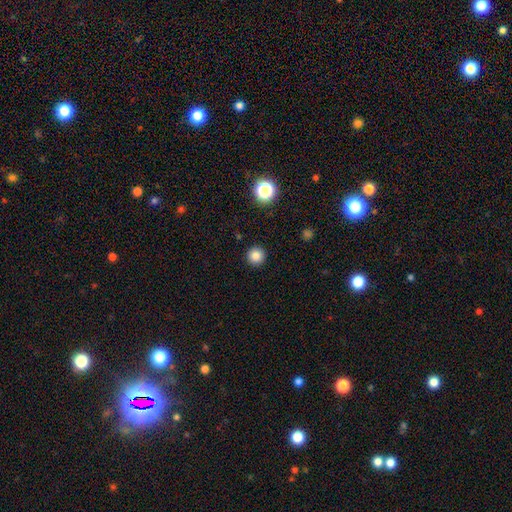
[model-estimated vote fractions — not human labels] This appears to be a smooth galaxy with no disk features (84%) that is round (96%). Merging: none (92%).